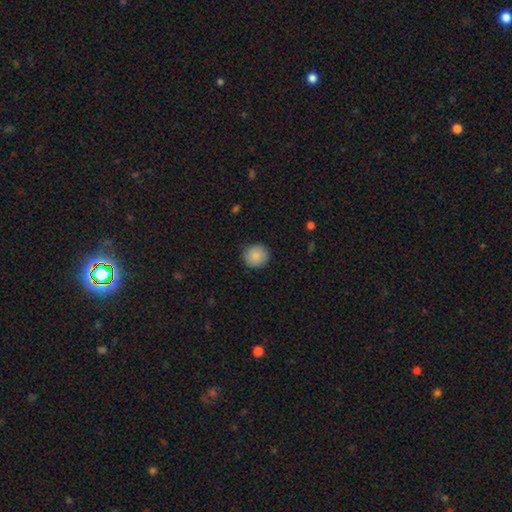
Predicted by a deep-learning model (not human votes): smooth_or_featured: smooth (p=0.89) [alt: star or artifact p=0.07]
how_rounded: round (p=0.92) [alt: in between p=0.07]
merging: none (p=0.90) [alt: minor disturbance p=0.07]